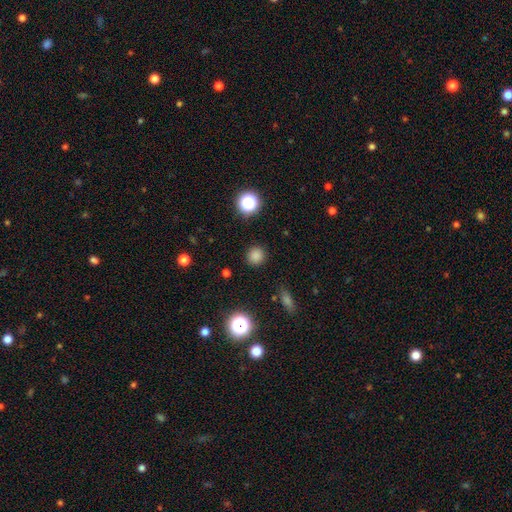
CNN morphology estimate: A smooth galaxy with no disk features (81%) that is round (91%). Merging: none (89%).